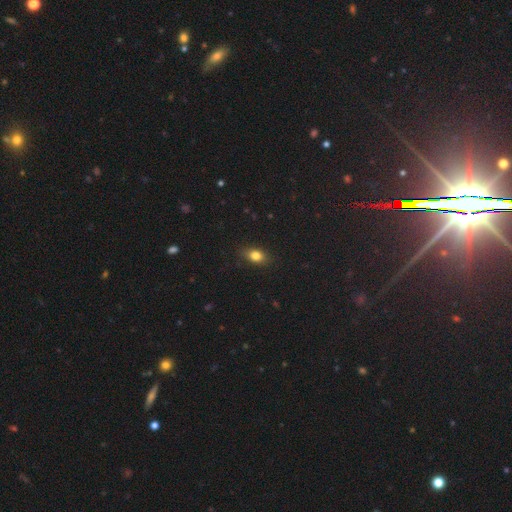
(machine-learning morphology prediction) This is clearly a smooth galaxy (80%). How rounded: likely in between (74%). Merging: clearly none (85%).